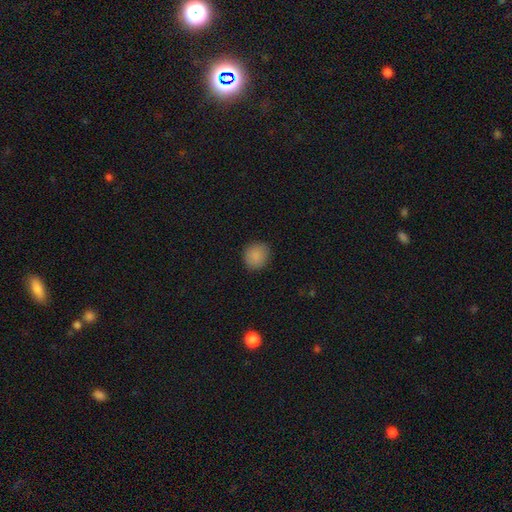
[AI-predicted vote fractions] A smooth galaxy with no disk features (87%) that is round (85%).

Vote fractions:
- Smooth or featured? smooth: 87% / star or artifact: 9% / featured or disk: 3%
- How rounded? round: 85% / in between: 14% / cigar-shaped: 1%
- Merging? none: 89% / minor disturbance: 8% / major disturbance: 2% / merger: 1%